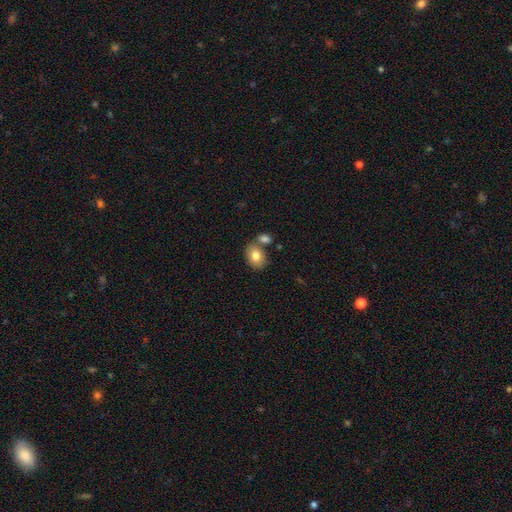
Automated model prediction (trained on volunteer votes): This is clearly a smooth galaxy (81%). How rounded: likely in between (63%). Merging: possibly none (59%).